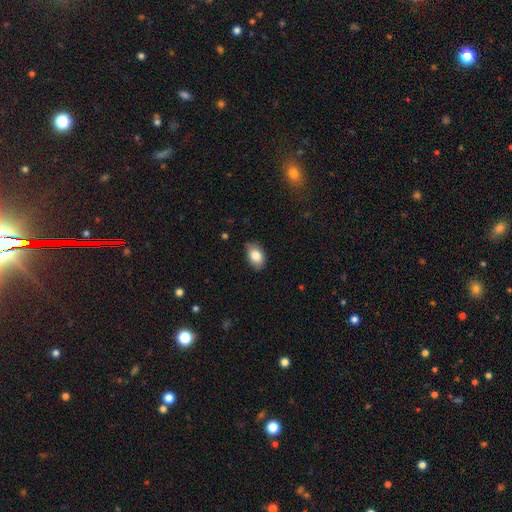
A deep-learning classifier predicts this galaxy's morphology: This is clearly a smooth galaxy (84%). How rounded: clearly in between (88%). Merging: likely none (77%).